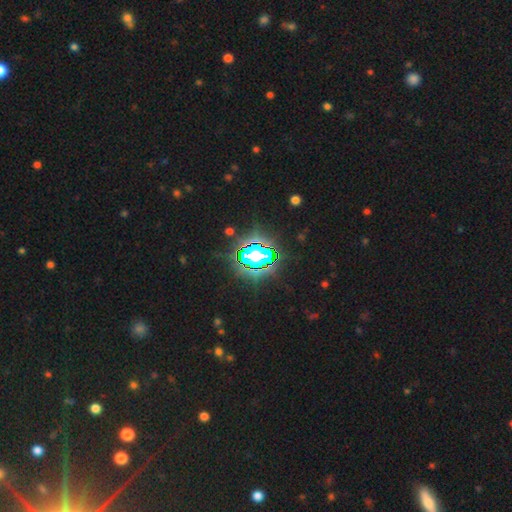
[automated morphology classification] Smooth or featured?
  - star or artifact: 75% *
  - smooth: 14%
  - featured or disk: 11%